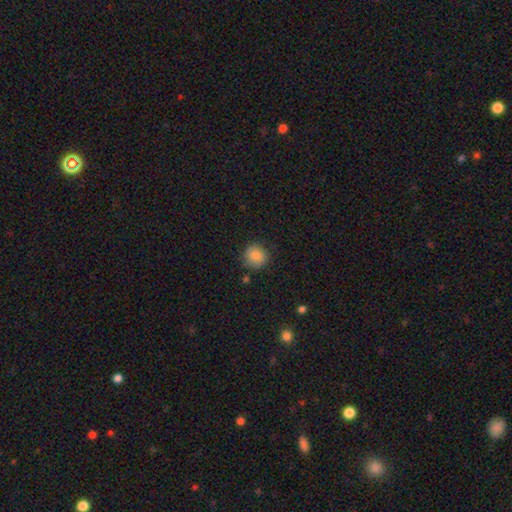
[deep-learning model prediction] smooth-or-featured: smooth: 86% | star or artifact: 9% | featured or disk: 5%
  how-rounded: round: 89% | in between: 10% | cigar-shaped: 1%
  merging: none: 82% | minor disturbance: 13% | major disturbance: 3% | merger: 2%